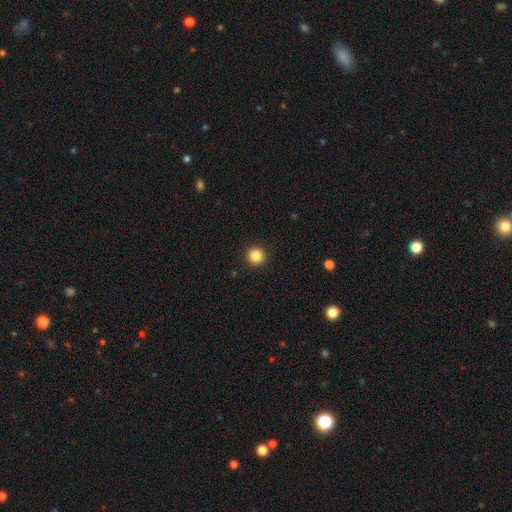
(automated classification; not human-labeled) smooth_or_featured: smooth (p=0.85) [alt: star or artifact p=0.11]
how_rounded: round (p=0.95) [alt: in between p=0.04]
merging: none (p=0.93) [alt: minor disturbance p=0.04]